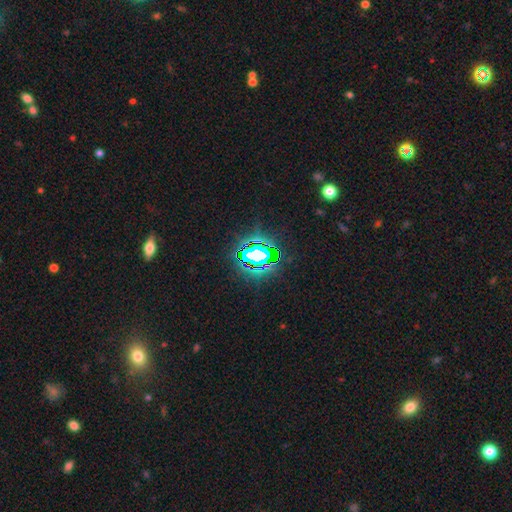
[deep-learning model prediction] Smooth or featured? star or artifact (74%)